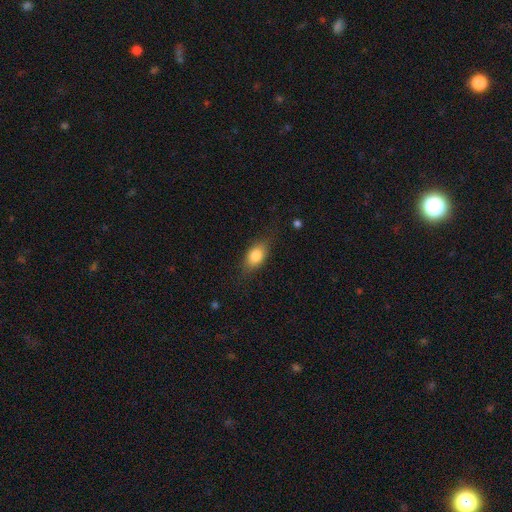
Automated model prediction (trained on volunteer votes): smooth 80%, featured or disk 12%, star or artifact 8%. Down the decision tree: how rounded — in between (82%); merging — none (76%).